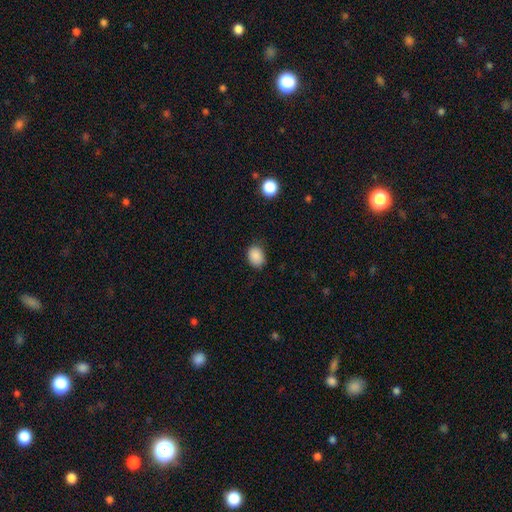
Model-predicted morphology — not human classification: A smooth galaxy with no disk features (88%) that is in between round and cigar-shaped (64%).

Vote fractions:
- Smooth or featured? smooth: 88% / star or artifact: 9% / featured or disk: 4%
- How rounded? in between: 64% / round: 36% / cigar-shaped: 1%
- Merging? none: 80% / minor disturbance: 16% / major disturbance: 3% / merger: 1%